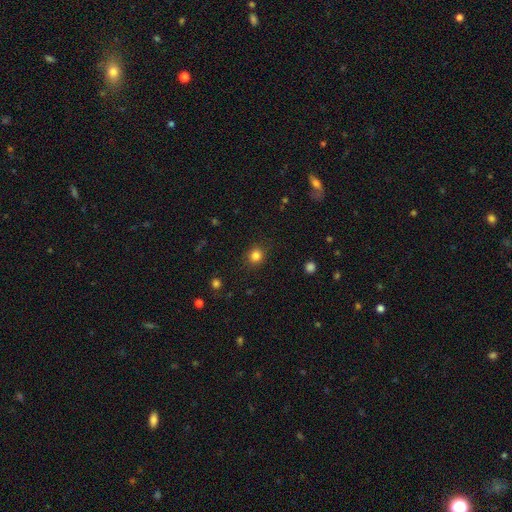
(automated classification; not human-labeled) This is clearly a smooth galaxy (83%). How rounded: clearly round (85%). Merging: clearly none (88%).